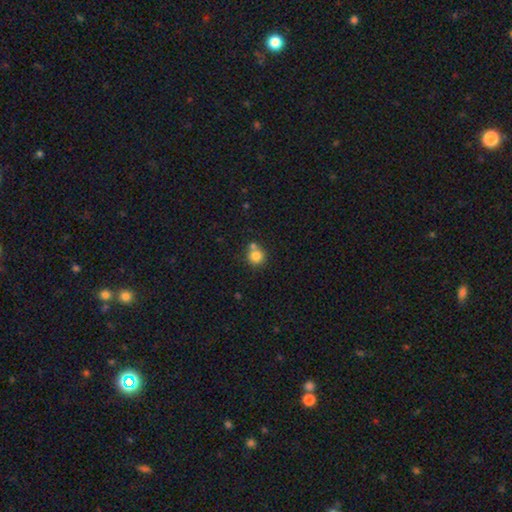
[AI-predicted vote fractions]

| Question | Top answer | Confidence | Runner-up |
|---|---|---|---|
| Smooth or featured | smooth | 82% | star or artifact (11%) |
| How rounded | round | 91% | in between (8%) |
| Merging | none | 61% | merger (27%) |